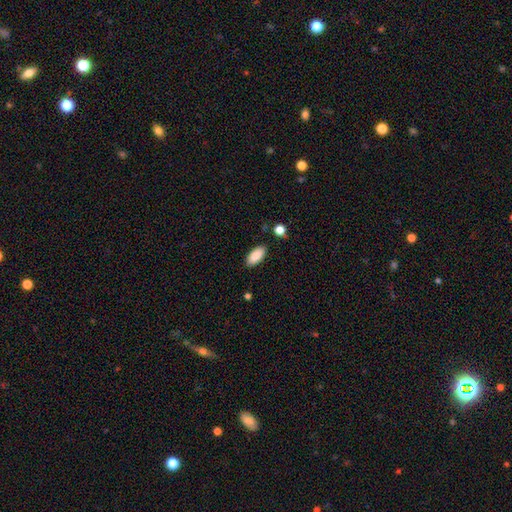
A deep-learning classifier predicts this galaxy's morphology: Smooth or featured? Predicted: smooth (p=0.88). How rounded? Predicted: in between (p=0.91). Merging? Predicted: none (p=0.87).